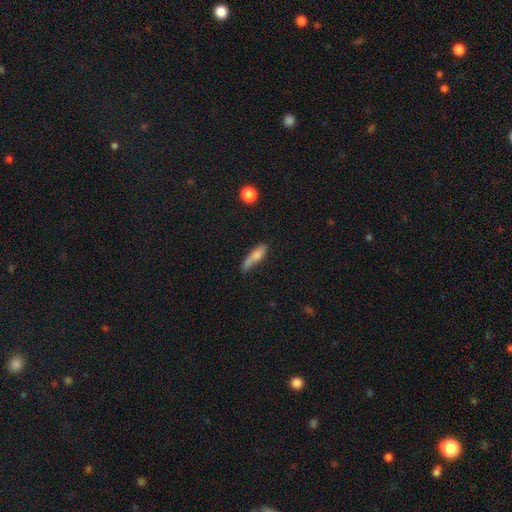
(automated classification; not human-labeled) A smooth galaxy with no disk features (73%) that is cigar-shaped (60%).

Vote fractions:
- Smooth or featured? smooth: 73% / featured or disk: 18% / star or artifact: 8%
- How rounded? cigar-shaped: 60% / in between: 37% / round: 3%
- Merging? none: 44% / minor disturbance: 29% / merger: 14% / major disturbance: 13%